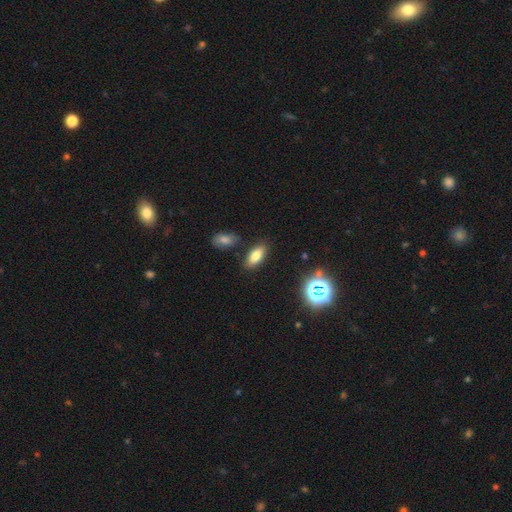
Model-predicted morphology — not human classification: Smooth or featured?
  - smooth: 77% *
  - star or artifact: 12%
  - featured or disk: 11%
How rounded?
  - in between: 84% *
  - cigar-shaped: 11%
  - round: 4%
Merging?
  - none: 84% *
  - minor disturbance: 9%
  - merger: 4%
  - major disturbance: 3%